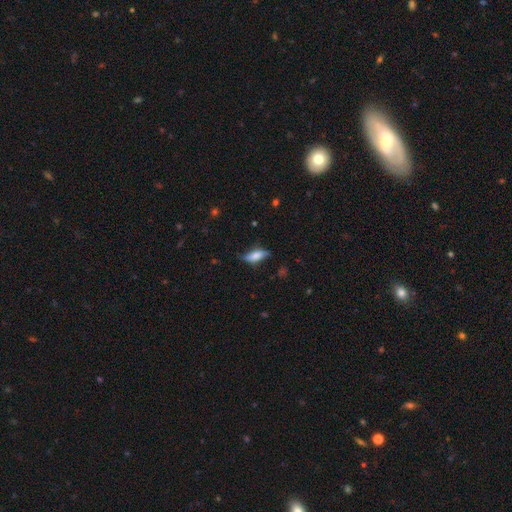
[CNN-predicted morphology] Smooth or featured? Predicted: smooth (p=0.62). How rounded? Predicted: in between (p=0.67). Merging? Predicted: none (p=0.65).